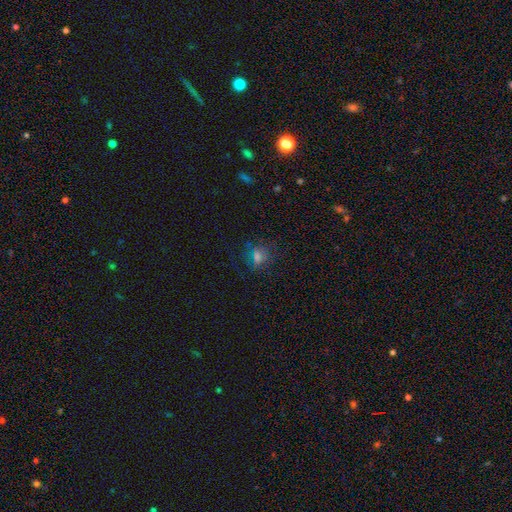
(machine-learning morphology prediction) A smooth galaxy with no disk features (48%).

Vote fractions:
- Smooth or featured? smooth: 48% / star or artifact: 37% / featured or disk: 14%
- Merging? none: 76% / minor disturbance: 14% / major disturbance: 7% / merger: 3%